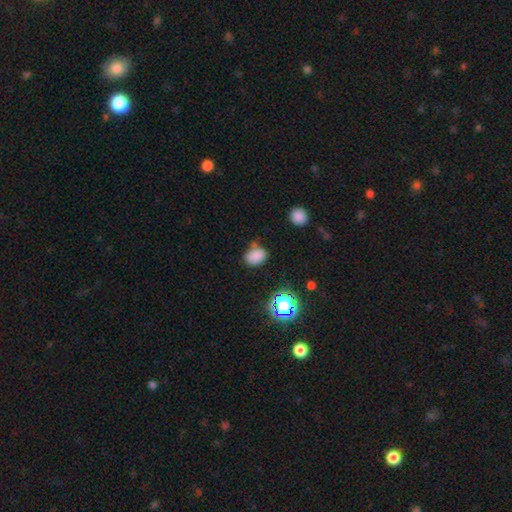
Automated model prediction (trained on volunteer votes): A smooth galaxy with no disk features (79%) that is in between round and cigar-shaped (71%). Merging: none (65%).